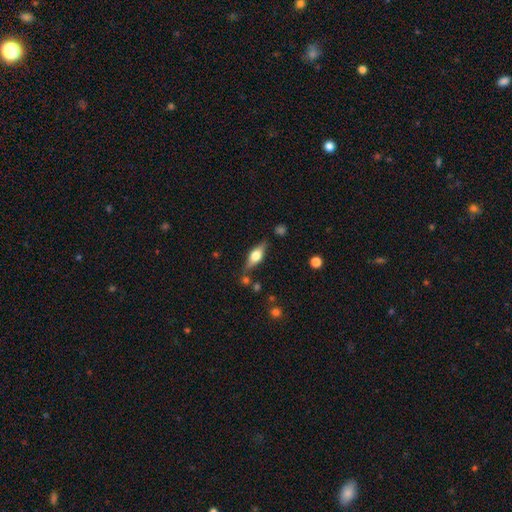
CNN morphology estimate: smooth-or-featured: featured or disk: 53% | smooth: 40% | star or artifact: 7%
  disk-edge-on: yes: 92% | no: 8%
  merging: none: 75% | minor disturbance: 15% | merger: 5% | major disturbance: 4%